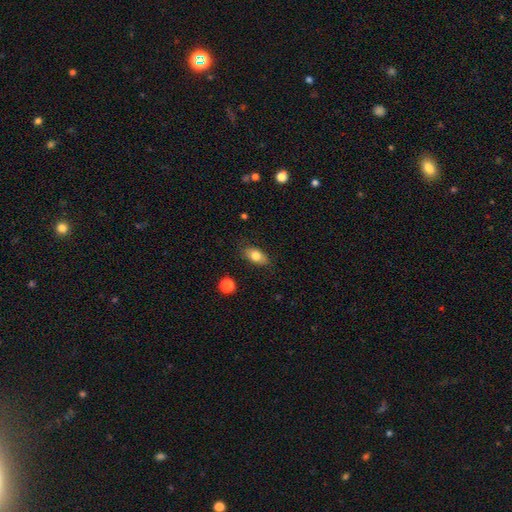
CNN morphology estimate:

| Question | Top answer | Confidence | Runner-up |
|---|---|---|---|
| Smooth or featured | smooth | 78% | featured or disk (14%) |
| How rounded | in between | 86% | round (8%) |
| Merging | none | 83% | minor disturbance (13%) |